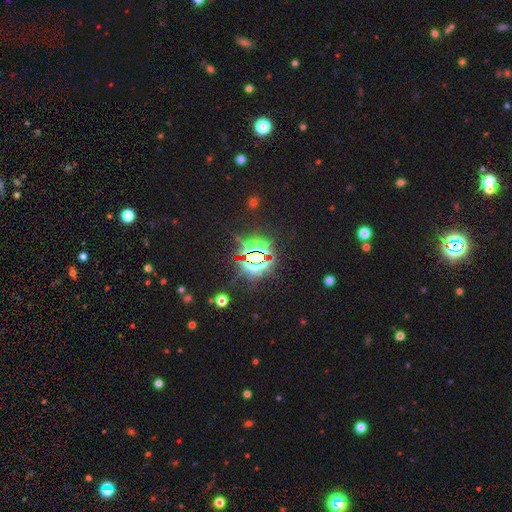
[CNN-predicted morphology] A star or artifact, not a galaxy (82%).

Vote fractions:
- Smooth or featured? star or artifact: 82% / smooth: 10% / featured or disk: 9%